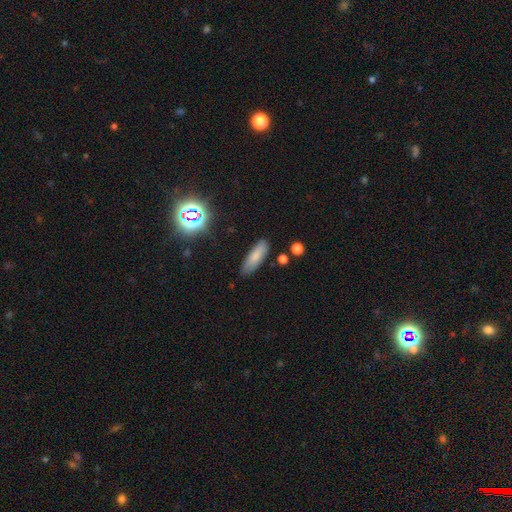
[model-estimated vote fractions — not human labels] smooth_or_featured: smooth (p=0.79) [alt: featured or disk p=0.12]
how_rounded: in between (p=0.56) [alt: cigar-shaped p=0.42]
merging: none (p=0.82) [alt: minor disturbance p=0.13]